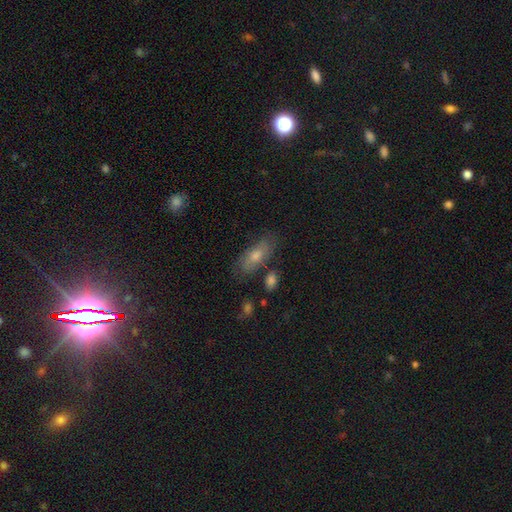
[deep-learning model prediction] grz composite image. It shows a smooth galaxy with no disk features (55%) that is in between round and cigar-shaped (73%). Merging: none (76%).